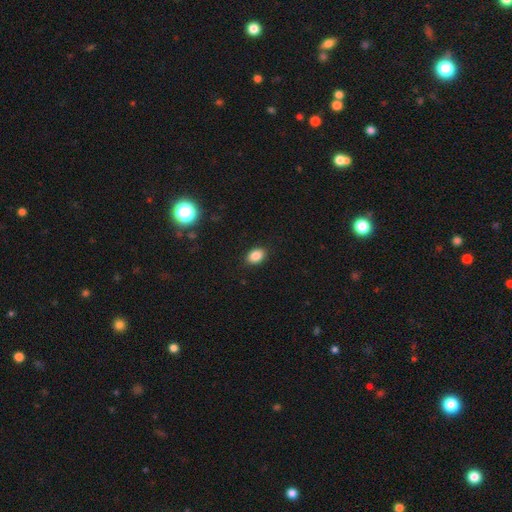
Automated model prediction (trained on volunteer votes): smooth_or_featured: smooth (p=0.87) [alt: star or artifact p=0.09]
how_rounded: in between (p=0.81) [alt: round p=0.18]
merging: none (p=0.89) [alt: minor disturbance p=0.08]